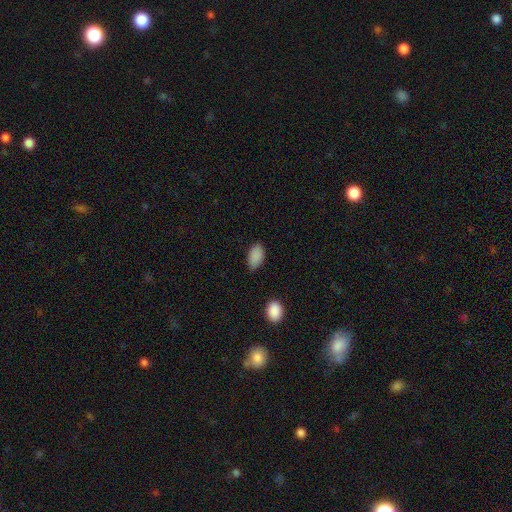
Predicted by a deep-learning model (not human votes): This appears to be a smooth galaxy with no disk features (88%) that is in between round and cigar-shaped (93%). Merging: none (77%).